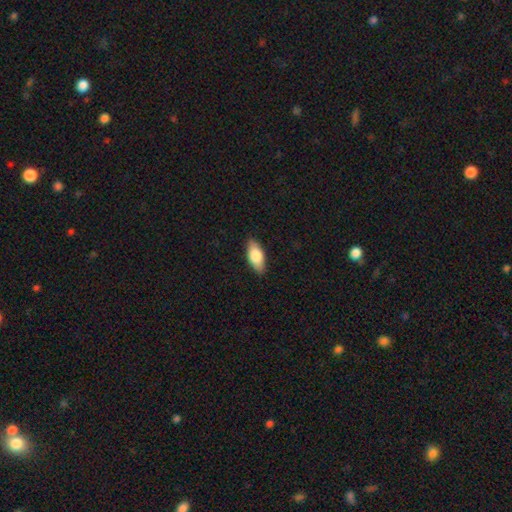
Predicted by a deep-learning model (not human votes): smooth 79%, featured or disk 15%, star or artifact 6%. Down the decision tree: how rounded — in between (85%); merging — none (87%).